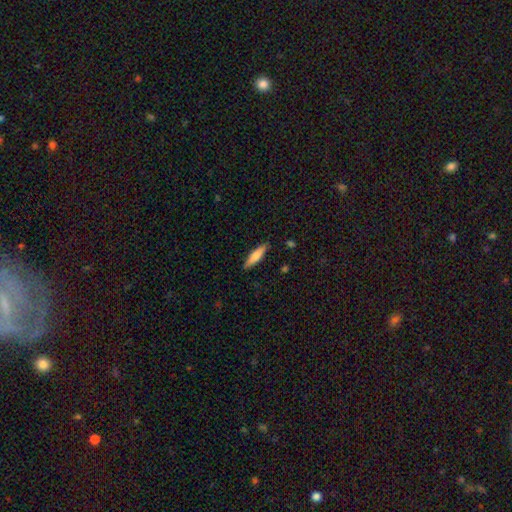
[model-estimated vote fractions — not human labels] Overall: smooth (73%). How rounded: cigar-shaped (75%). Merging: none (88%).